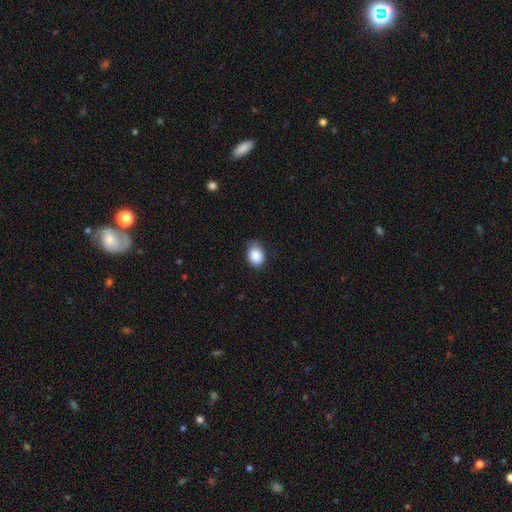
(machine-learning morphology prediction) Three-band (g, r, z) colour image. It shows a smooth galaxy with no disk features (88%) that is in between round and cigar-shaped (62%). Merging: none (70%).